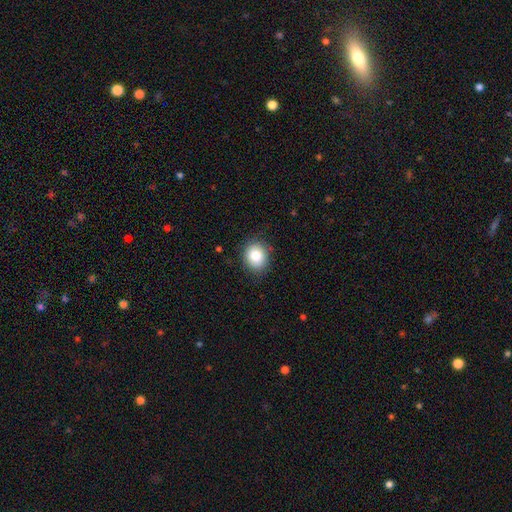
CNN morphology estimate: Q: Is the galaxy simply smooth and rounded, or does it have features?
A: smooth — 82%.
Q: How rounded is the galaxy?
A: round — 66%.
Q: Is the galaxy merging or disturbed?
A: none — 85%.